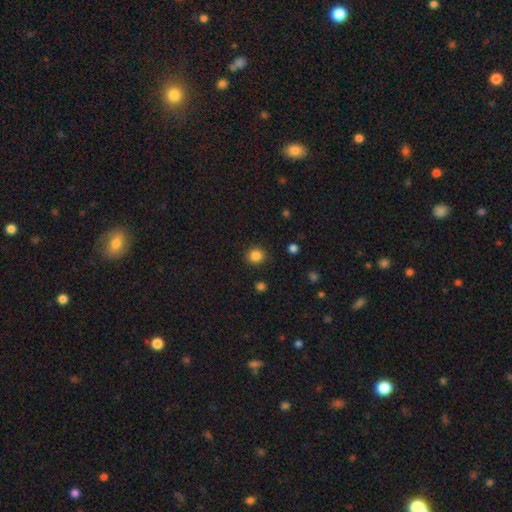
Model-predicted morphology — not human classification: Smooth or featured?
  - smooth: 85% *
  - star or artifact: 11%
  - featured or disk: 4%
How rounded?
  - round: 91% *
  - in between: 9%
  - cigar-shaped: 1%
Merging?
  - none: 90% *
  - minor disturbance: 6%
  - major disturbance: 2%
  - merger: 1%